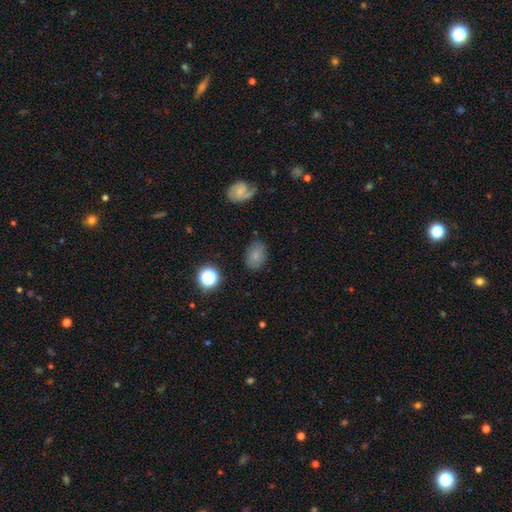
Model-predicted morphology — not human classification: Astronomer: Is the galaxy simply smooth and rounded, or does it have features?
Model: smooth — 74%.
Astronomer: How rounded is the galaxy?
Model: in between — 74%.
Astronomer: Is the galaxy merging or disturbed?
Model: none — 77%.